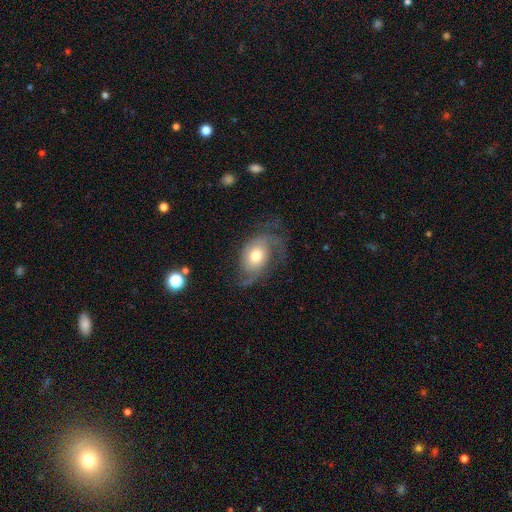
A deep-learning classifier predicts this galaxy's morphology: Overall: featured or disk (68%). Edge-on disk: no (96%). Bar: no (74%). Spiral arms: yes (88%). Spiral arm count: 2 (75%). Spiral winding: loose (47%; medium 38%). Bulge size: moderate (68%). Merging: none (55%; minor disturbance 22%).